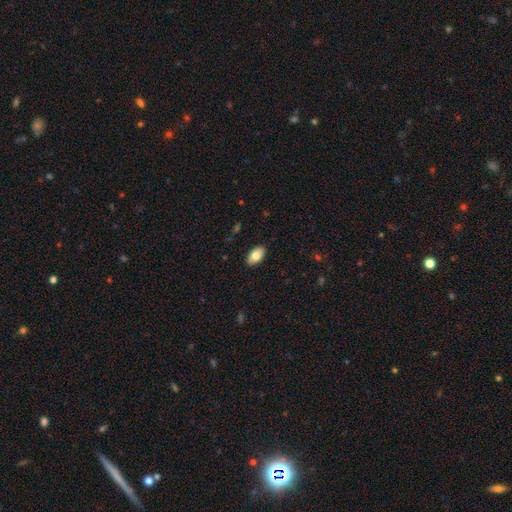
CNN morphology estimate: A smooth galaxy with no disk features (77%) that is in between round and cigar-shaped (94%).

Vote fractions:
- Smooth or featured? smooth: 77% / featured or disk: 17% / star or artifact: 6%
- How rounded? in between: 94% / round: 4% / cigar-shaped: 2%
- Merging? none: 88% / minor disturbance: 9% / major disturbance: 2% / merger: 1%